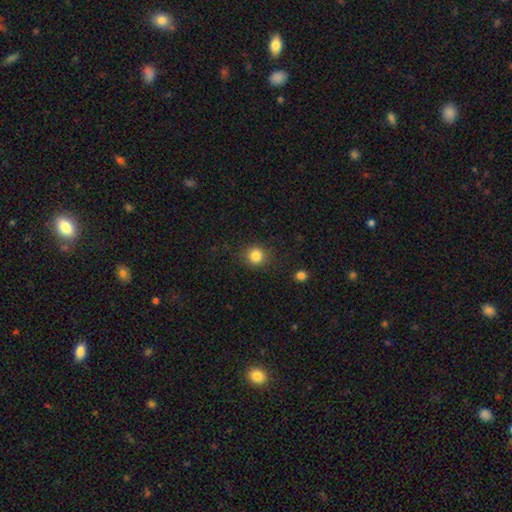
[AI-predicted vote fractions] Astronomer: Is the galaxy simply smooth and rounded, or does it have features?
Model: smooth — 84%.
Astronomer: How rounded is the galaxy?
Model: round — 89%.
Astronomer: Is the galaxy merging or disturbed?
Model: none — 86%.